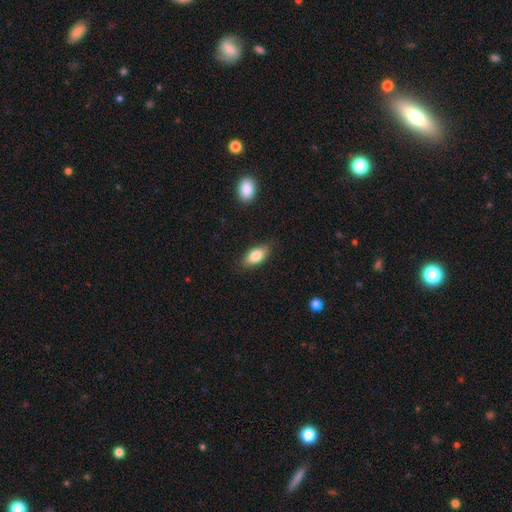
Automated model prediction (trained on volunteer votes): Morphology: type=smooth (81%); roundness=in between (86%); merging=none (83%).